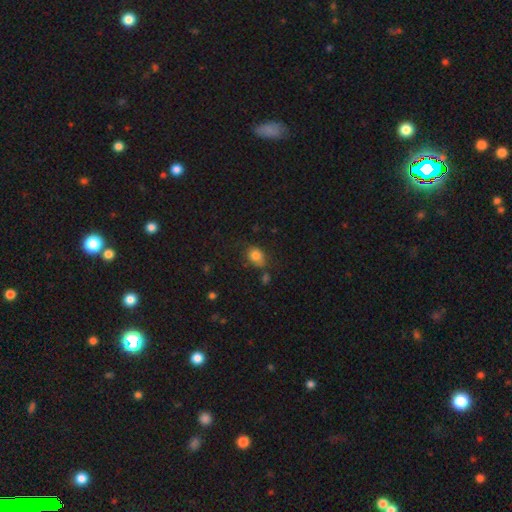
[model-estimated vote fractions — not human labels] This appears to be a smooth galaxy with no disk features (82%) that is in between round and cigar-shaped (66%). Merging: none (63%).